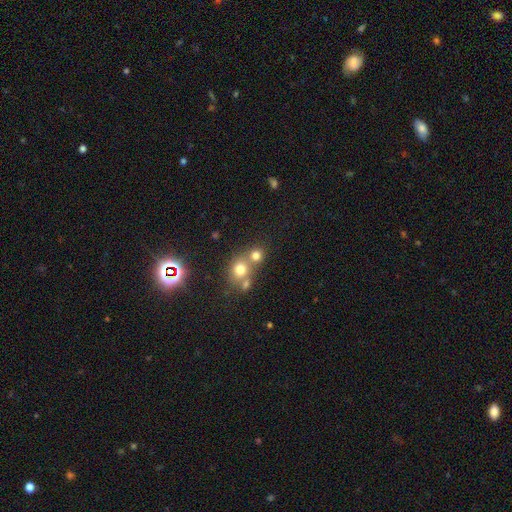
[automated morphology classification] Smooth or featured?
  - smooth: 73% *
  - star or artifact: 16%
  - featured or disk: 11%
How rounded?
  - round: 81% *
  - in between: 18%
  - cigar-shaped: 1%
Merging?
  - none: 46% *
  - merger: 43%
  - minor disturbance: 7%
  - major disturbance: 3%